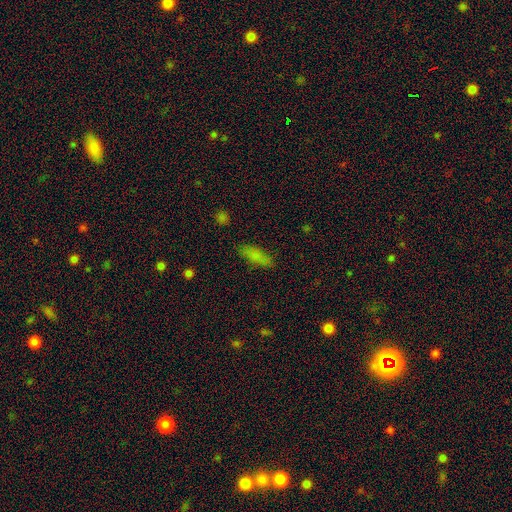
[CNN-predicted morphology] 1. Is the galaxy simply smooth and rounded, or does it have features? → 78% smooth, 11% star or artifact, 11% featured or disk.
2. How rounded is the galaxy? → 64% in between, 33% cigar-shaped, 3% round.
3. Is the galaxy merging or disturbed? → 79% none, 15% minor disturbance, 4% major disturbance, 2% merger.